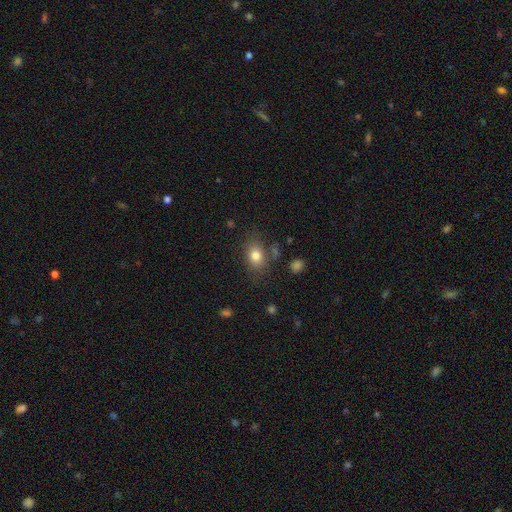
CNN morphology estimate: Smooth or featured? Predicted: smooth (p=0.79). How rounded? Predicted: in between (p=0.68). Merging? Predicted: none (p=0.75).